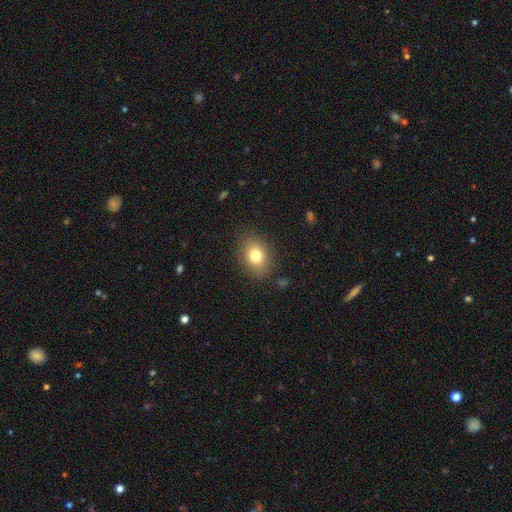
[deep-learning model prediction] Smooth or featured? smooth (79%)
How rounded? in between (66%)
Merging? none (85%)